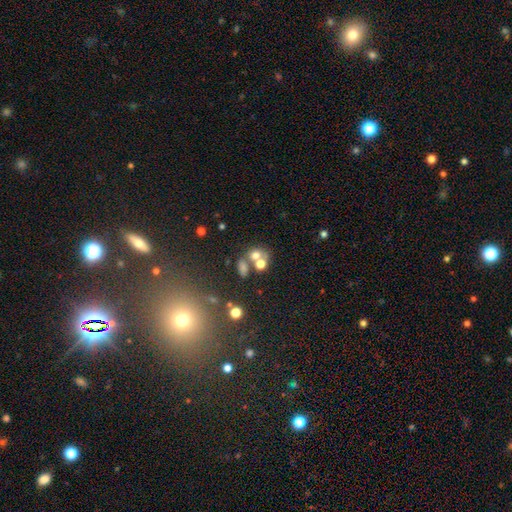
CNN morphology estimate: A smooth galaxy with no disk features (64%) that is round (58%).

Vote fractions:
- Smooth or featured? smooth: 64% / featured or disk: 19% / star or artifact: 17%
- How rounded? round: 58% / in between: 41% / cigar-shaped: 1%
- Merging? merger: 49% / none: 35% / minor disturbance: 10% / major disturbance: 7%